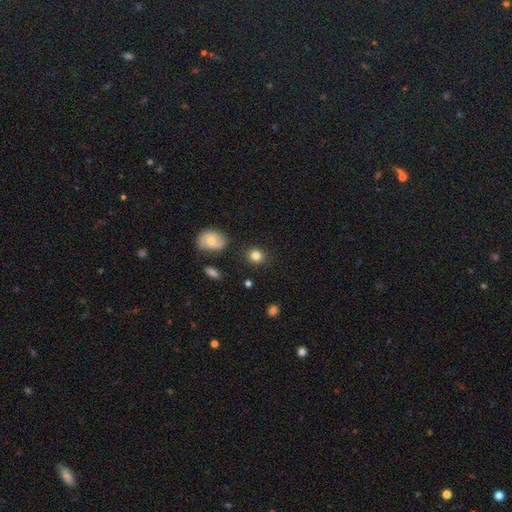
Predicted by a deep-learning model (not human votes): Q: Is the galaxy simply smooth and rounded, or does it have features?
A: smooth — 83%.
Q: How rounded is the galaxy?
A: round — 78%.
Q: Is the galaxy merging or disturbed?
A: none — 86%.